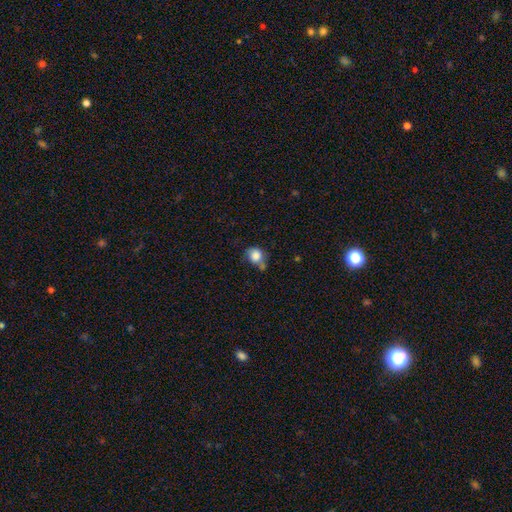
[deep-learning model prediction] Smooth or featured?
  - smooth: 84% *
  - star or artifact: 9%
  - featured or disk: 7%
How rounded?
  - round: 69% *
  - in between: 30%
  - cigar-shaped: 1%
Merging?
  - none: 48% *
  - minor disturbance: 24%
  - merger: 19%
  - major disturbance: 8%